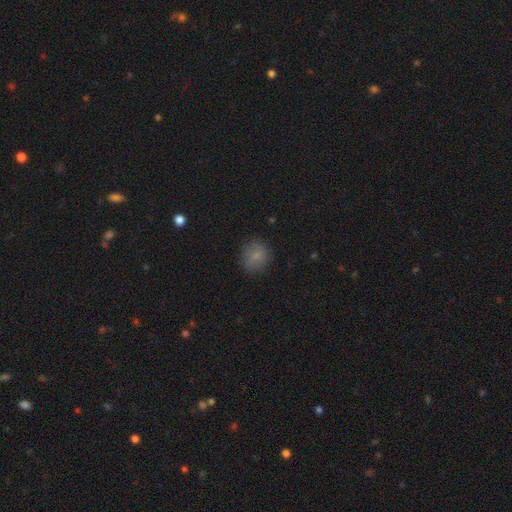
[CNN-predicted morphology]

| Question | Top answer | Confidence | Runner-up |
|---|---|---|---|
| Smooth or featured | smooth | 78% | featured or disk (11%) |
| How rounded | round | 82% | in between (17%) |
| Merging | none | 80% | minor disturbance (14%) |